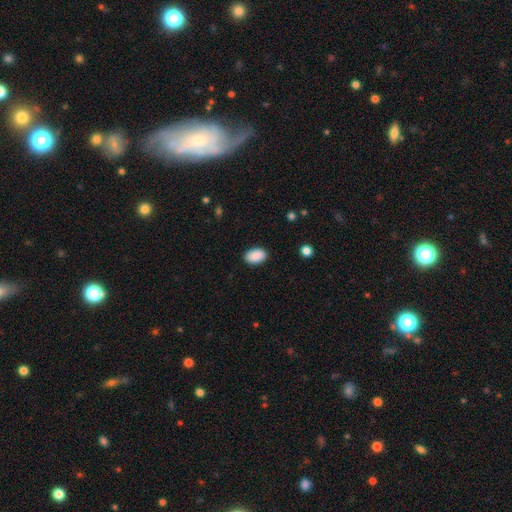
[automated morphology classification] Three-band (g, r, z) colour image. It shows a smooth galaxy with no disk features (91%) that is in between round and cigar-shaped (90%). Merging: none (88%).